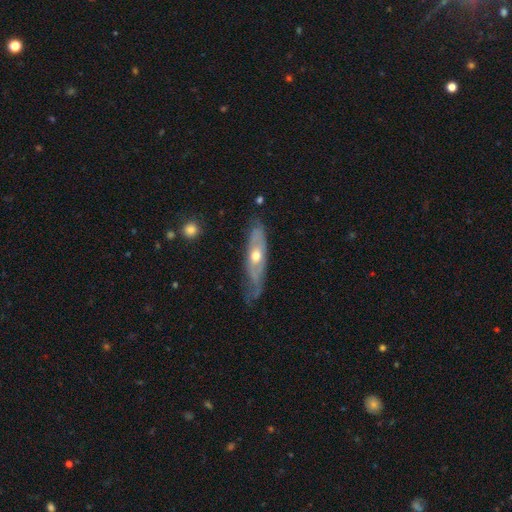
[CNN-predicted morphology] type=featured or disk (64%); edge-on=no (61%); merging=none (53%).